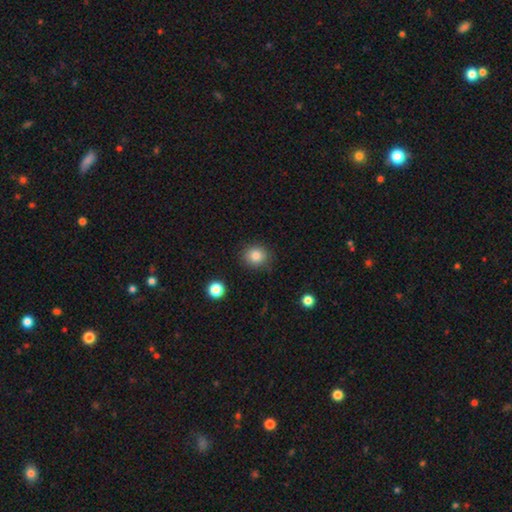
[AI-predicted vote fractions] Morphology: type=smooth (84%); roundness=round (85%); merging=none (86%).